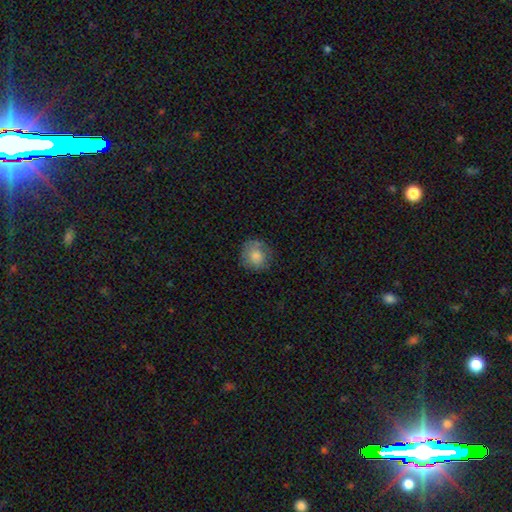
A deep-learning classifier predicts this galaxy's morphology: A smooth galaxy with no disk features (78%) that is round (83%). Merging: none (73%).